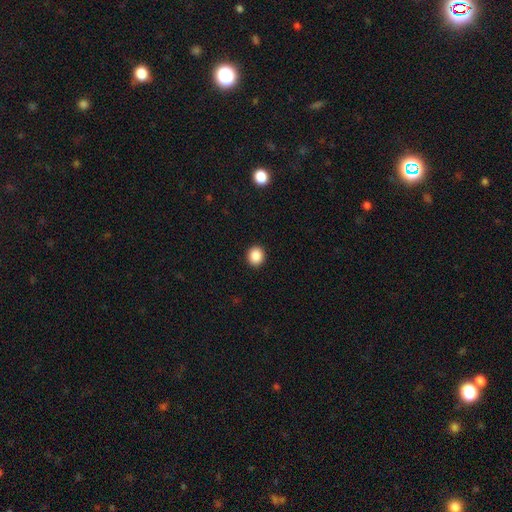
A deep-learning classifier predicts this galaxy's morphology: Overall: smooth (88%). How rounded: round (84%). Merging: none (93%).